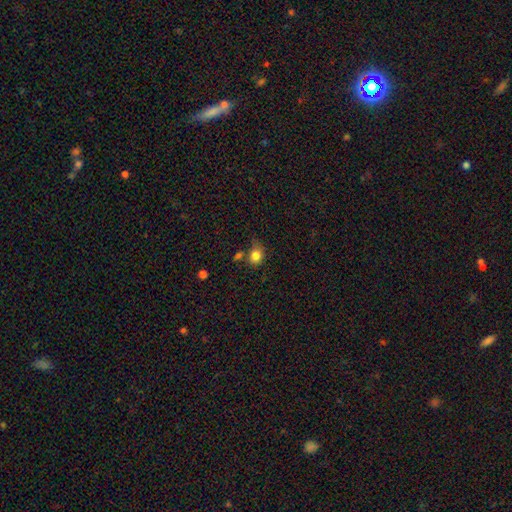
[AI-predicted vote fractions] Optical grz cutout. It shows a smooth galaxy with no disk features (82%) that is round (61%). Merging: none (53%).